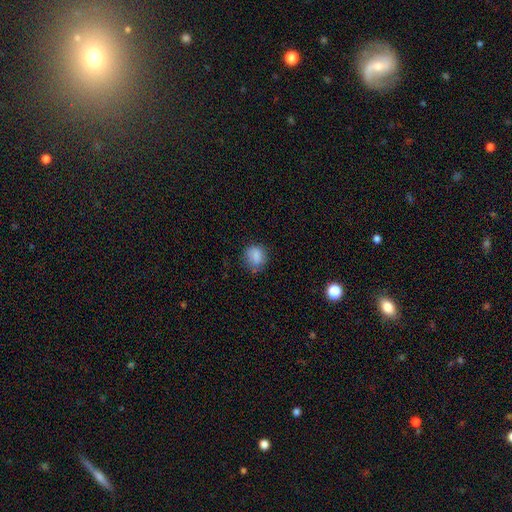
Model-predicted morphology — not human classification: smooth_or_featured: smooth (p=0.84) [alt: star or artifact p=0.10]
how_rounded: round (p=0.70) [alt: in between p=0.28]
merging: none (p=0.72) [alt: minor disturbance p=0.21]